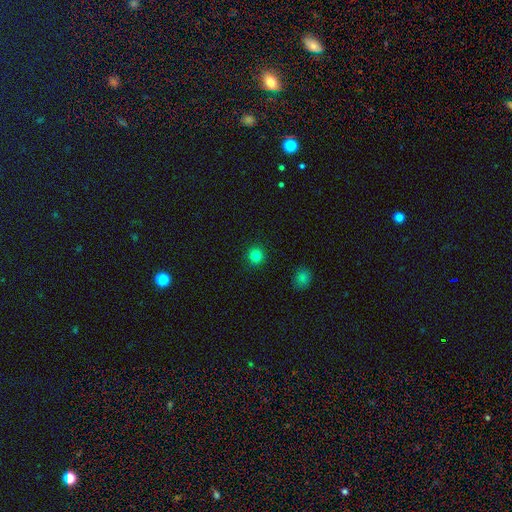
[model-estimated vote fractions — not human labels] The model was most divided on "smooth or featured": smooth: 83%, star or artifact: 13%, featured or disk: 5%. More confident: how rounded — round (93%); merging — none (92%).